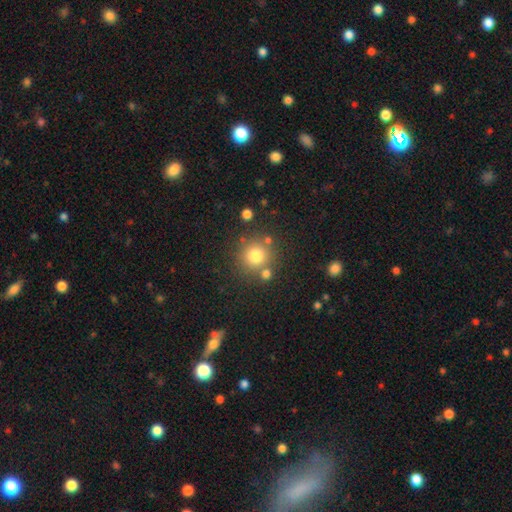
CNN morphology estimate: This is likely a smooth galaxy (77%). How rounded: clearly round (93%). Merging: likely none (75%).